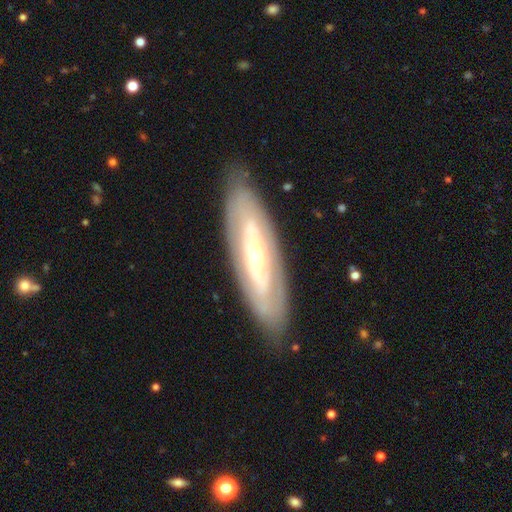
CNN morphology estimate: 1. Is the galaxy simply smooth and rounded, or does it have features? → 72% featured or disk, 23% smooth, 6% star or artifact.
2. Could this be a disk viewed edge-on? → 76% no, 24% yes.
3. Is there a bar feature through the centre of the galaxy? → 63% no, 21% weak, 16% strong.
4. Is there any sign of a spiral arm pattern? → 51% no, 49% yes.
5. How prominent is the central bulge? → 59% small, 35% moderate, 3% large, 1% dominant, 1% none.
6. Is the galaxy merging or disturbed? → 85% none, 11% minor disturbance, 3% major disturbance, 1% merger.